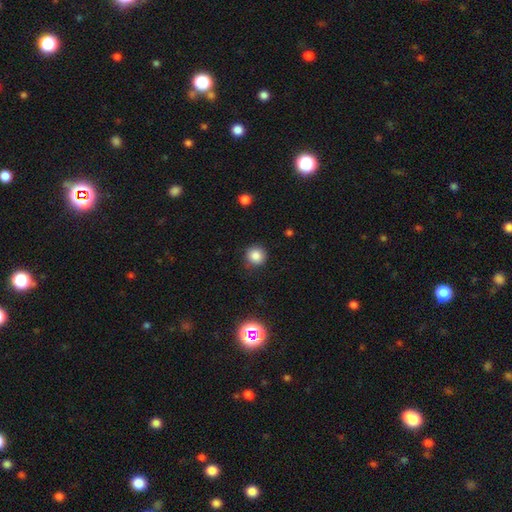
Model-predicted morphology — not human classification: Q: Smooth or featured?
A: smooth (83%); runner-up: star or artifact (12%)
Q: How rounded?
A: round (93%); runner-up: in between (6%)
Q: Merging?
A: none (86%); runner-up: minor disturbance (10%)